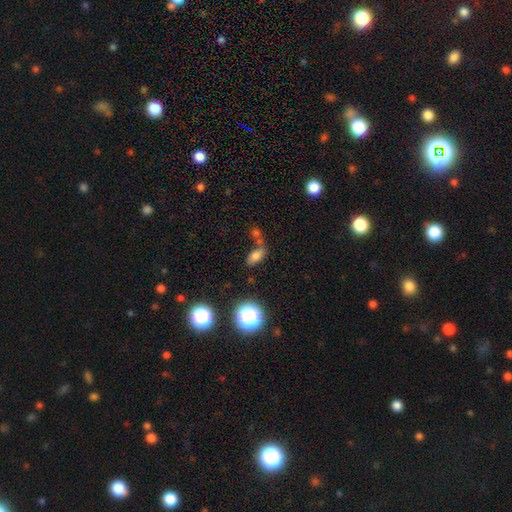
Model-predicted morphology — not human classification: A smooth galaxy with no disk features (73%) that is in between round and cigar-shaped (84%).

Vote fractions:
- Smooth or featured? smooth: 73% / star or artifact: 17% / featured or disk: 10%
- How rounded? in between: 84% / round: 9% / cigar-shaped: 7%
- Merging? none: 58% / merger: 21% / minor disturbance: 15% / major disturbance: 6%